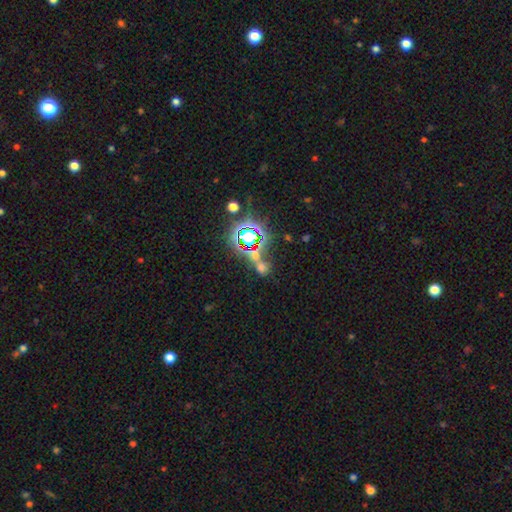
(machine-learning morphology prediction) star or artifact 63%, smooth 27%, featured or disk 10%.